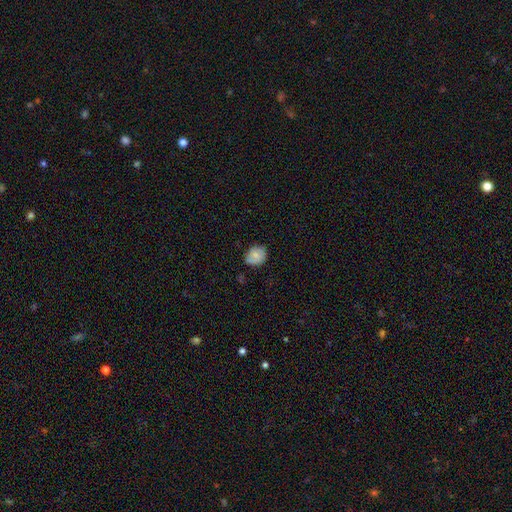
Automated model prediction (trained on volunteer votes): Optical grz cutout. It shows a smooth galaxy with no disk features (78%) that is round (58%). Merging: none (69%).